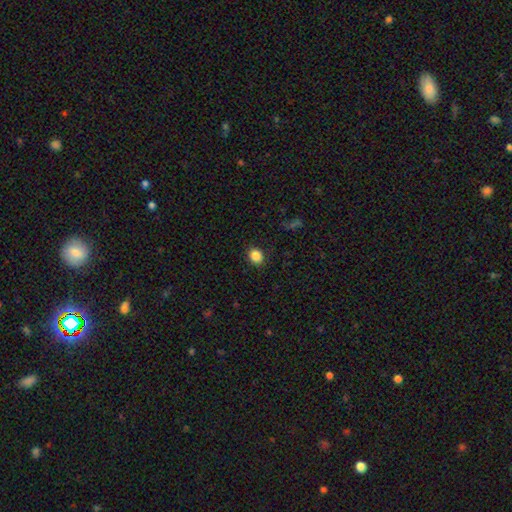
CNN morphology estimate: This appears to be a smooth galaxy with no disk features (86%) that is round (65%). Merging: none (89%).